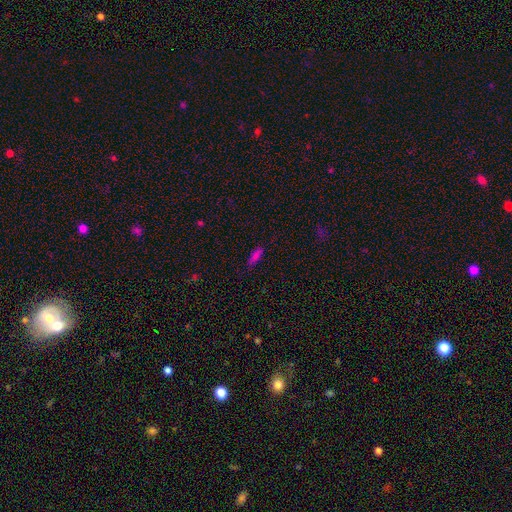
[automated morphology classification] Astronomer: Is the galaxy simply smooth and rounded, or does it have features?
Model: smooth — 77%.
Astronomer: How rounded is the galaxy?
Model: in between — 58% (runner-up: cigar-shaped, 40%).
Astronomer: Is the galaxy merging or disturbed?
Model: none — 79%.